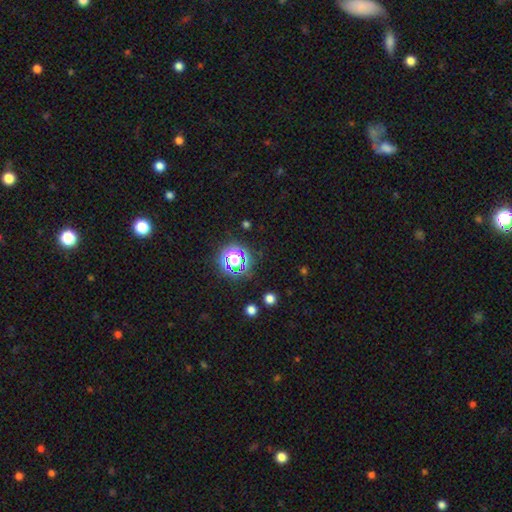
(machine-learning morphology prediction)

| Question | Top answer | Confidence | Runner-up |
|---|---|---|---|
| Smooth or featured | star or artifact | 74% | smooth (18%) |